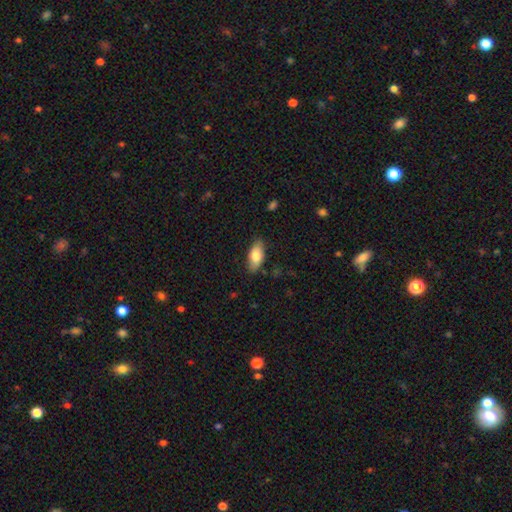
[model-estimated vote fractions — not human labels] The model was most divided on "smooth or featured": smooth: 79%, featured or disk: 15%, star or artifact: 6%. More confident: how rounded — in between (88%); merging — none (83%).